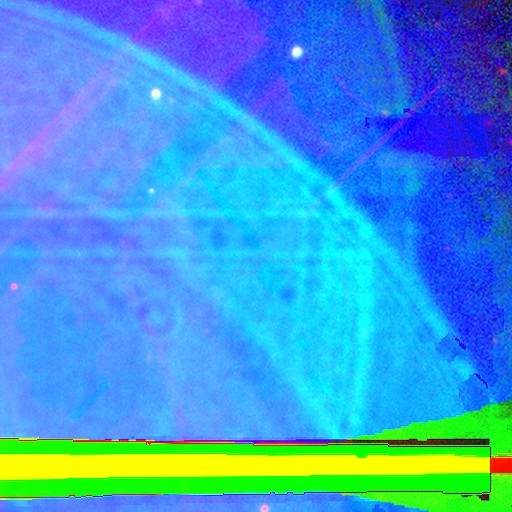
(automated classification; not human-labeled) A star or artifact, not a galaxy (87%).

Vote fractions:
- Smooth or featured? star or artifact: 87% / featured or disk: 7% / smooth: 6%